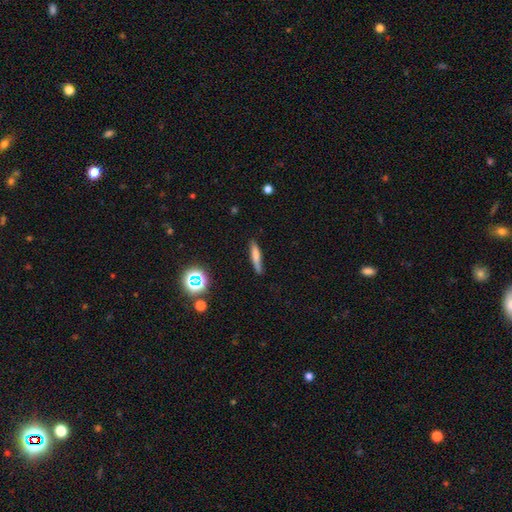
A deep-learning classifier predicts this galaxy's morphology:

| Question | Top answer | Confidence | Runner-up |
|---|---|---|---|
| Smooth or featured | smooth | 68% | featured or disk (22%) |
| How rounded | cigar-shaped | 86% | in between (12%) |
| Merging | none | 75% | minor disturbance (19%) |